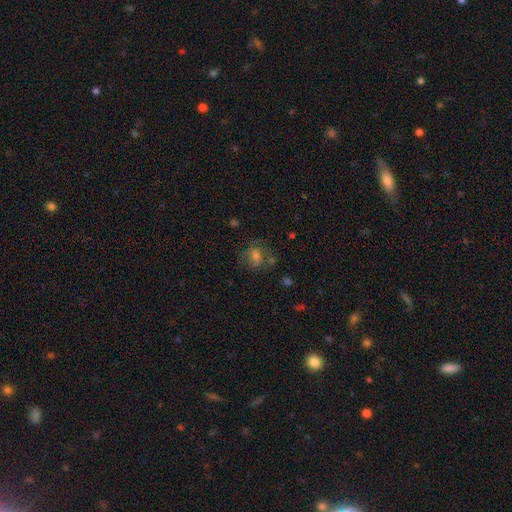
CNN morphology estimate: A smooth galaxy with no disk features (48%).

Vote fractions:
- Smooth or featured? smooth: 48% / featured or disk: 33% / star or artifact: 20%
- Merging? none: 60% / minor disturbance: 20% / major disturbance: 15% / merger: 6%